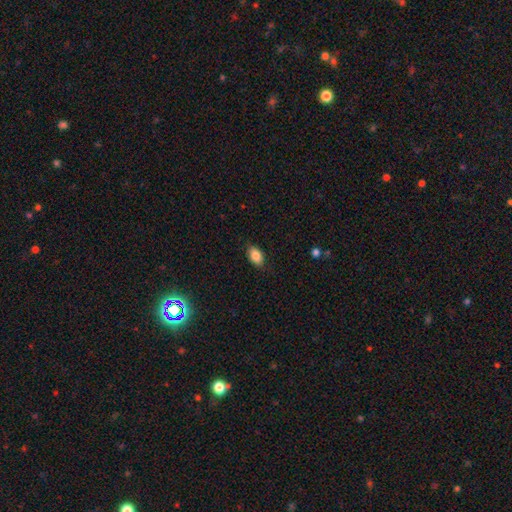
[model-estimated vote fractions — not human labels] Morphology: type=smooth (85%); roundness=in between (89%); merging=none (85%).